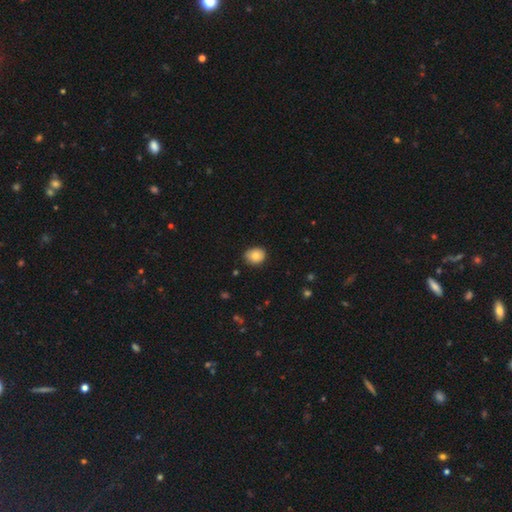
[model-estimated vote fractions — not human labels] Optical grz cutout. It shows a smooth galaxy with no disk features (82%) that is round (60%). Merging: none (81%).